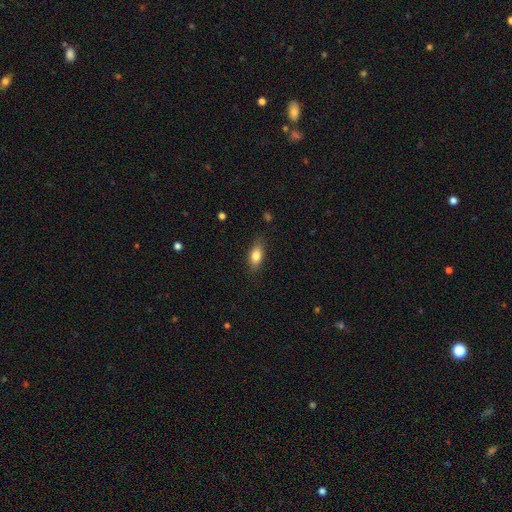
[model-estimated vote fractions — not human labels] A smooth galaxy with no disk features (79%) that is in between round and cigar-shaped (80%). Merging: none (82%).